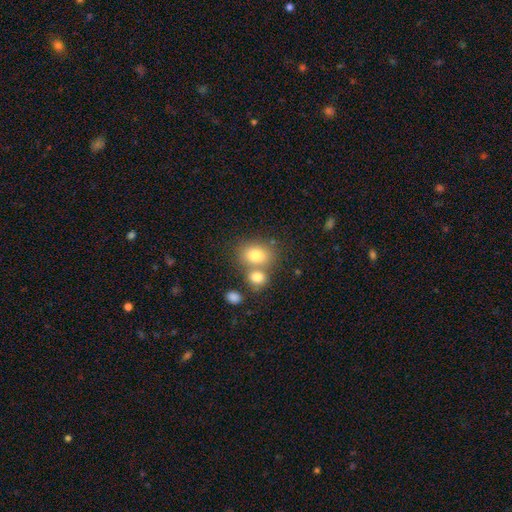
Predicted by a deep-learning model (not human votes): The model was most divided on "merging": none: 44%, merger: 42%, minor disturbance: 10%, major disturbance: 4%. More confident: smooth or featured — smooth (77%); how rounded — in between (52%).